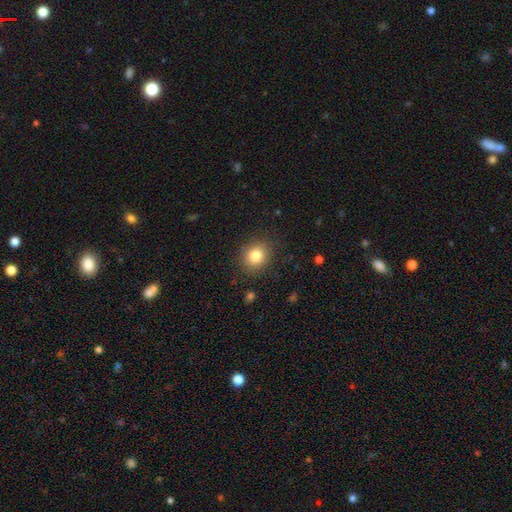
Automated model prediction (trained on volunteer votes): This is clearly a smooth galaxy (82%). How rounded: likely round (75%). Merging: clearly none (87%).